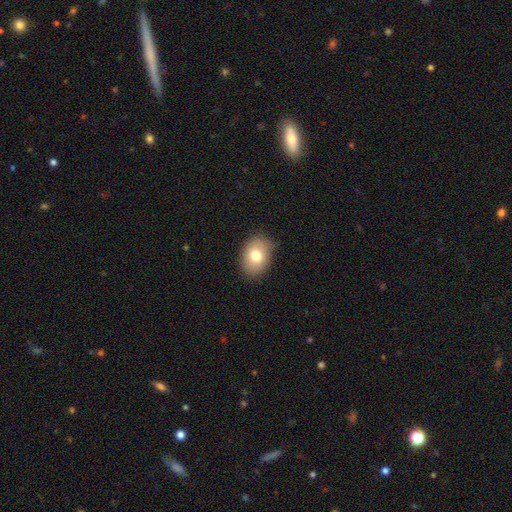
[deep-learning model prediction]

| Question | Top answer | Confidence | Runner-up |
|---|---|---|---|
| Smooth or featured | smooth | 76% | featured or disk (15%) |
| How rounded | in between | 74% | round (25%) |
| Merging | none | 81% | minor disturbance (15%) |